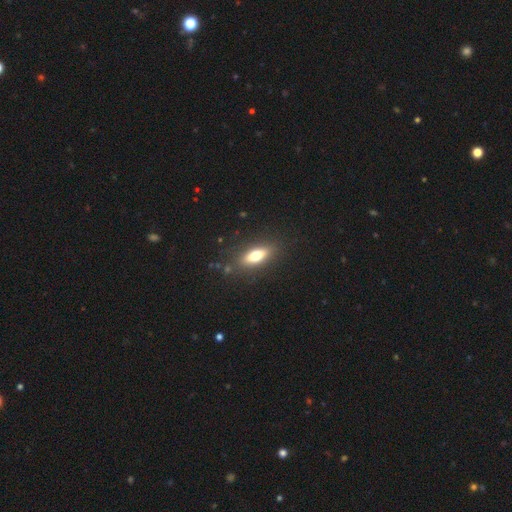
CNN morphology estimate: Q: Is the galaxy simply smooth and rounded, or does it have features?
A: smooth — 65%.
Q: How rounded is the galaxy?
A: in between — 65%.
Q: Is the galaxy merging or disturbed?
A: none — 85%.